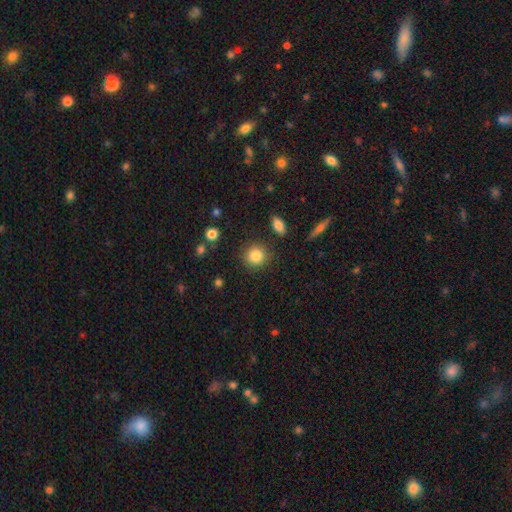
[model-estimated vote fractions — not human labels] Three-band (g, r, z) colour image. It shows a smooth galaxy with no disk features (85%) that is round (87%). Merging: none (85%).